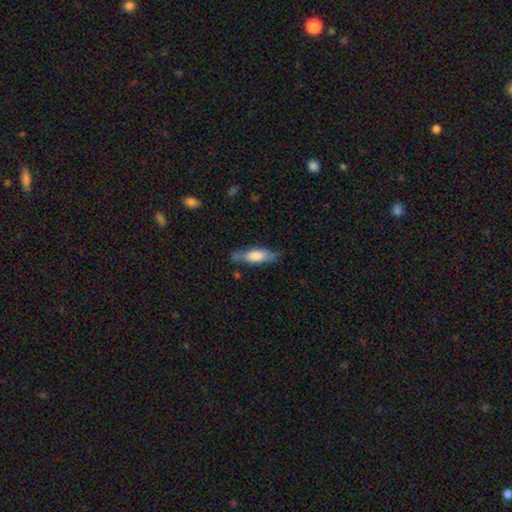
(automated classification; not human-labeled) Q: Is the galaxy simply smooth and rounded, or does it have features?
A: smooth — 66%.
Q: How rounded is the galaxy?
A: cigar-shaped — 51%.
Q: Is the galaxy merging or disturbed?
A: none — 70%.